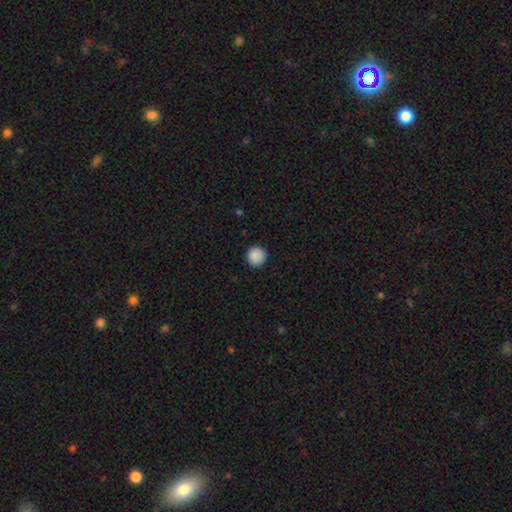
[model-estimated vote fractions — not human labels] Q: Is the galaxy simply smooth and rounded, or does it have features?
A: smooth — 89%.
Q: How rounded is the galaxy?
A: round — 95%.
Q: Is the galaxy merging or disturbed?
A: none — 92%.